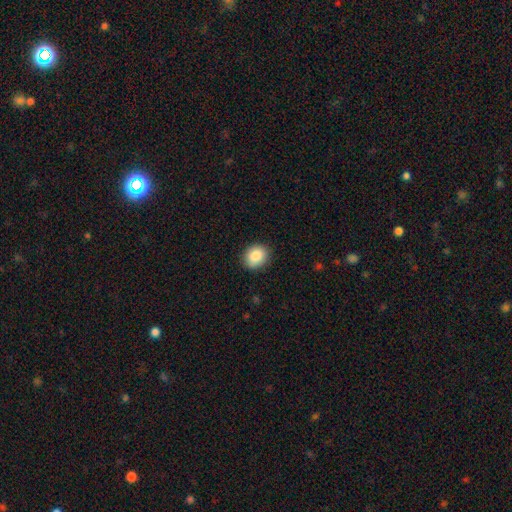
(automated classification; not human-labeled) Morphology: type=smooth (86%); roundness=round (60%); merging=none (89%).